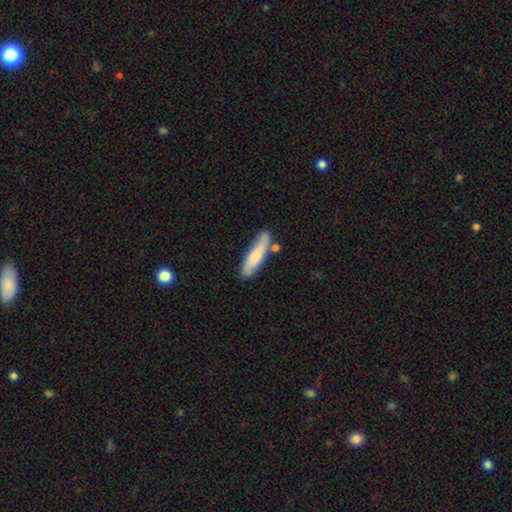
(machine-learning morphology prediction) This appears to be a smooth galaxy with no disk features (66%) that is cigar-shaped (73%). Merging: none (72%).